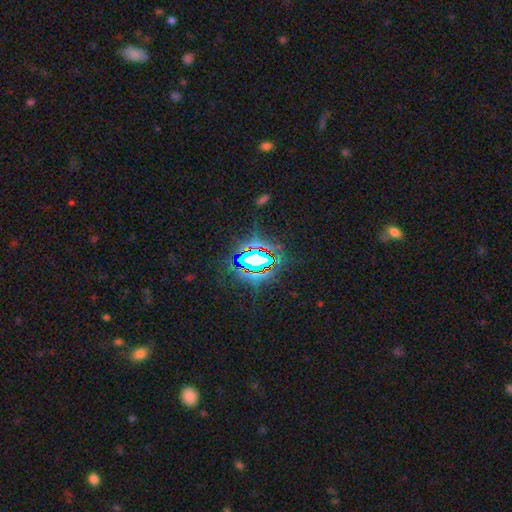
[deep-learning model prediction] star or artifact 73%, smooth 15%, featured or disk 12%.